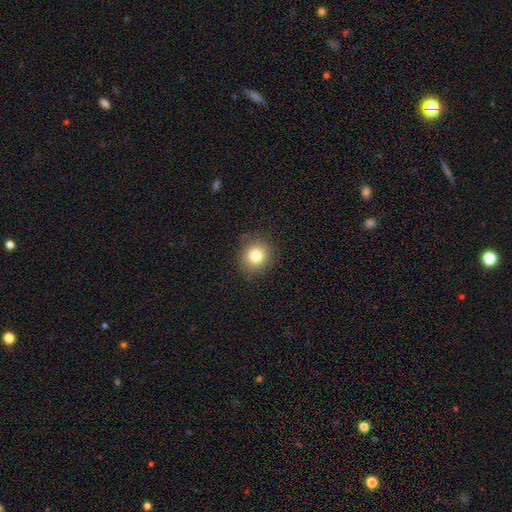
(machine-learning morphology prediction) Smooth or featured? smooth (81%)
How rounded? round (85%)
Merging? none (87%)